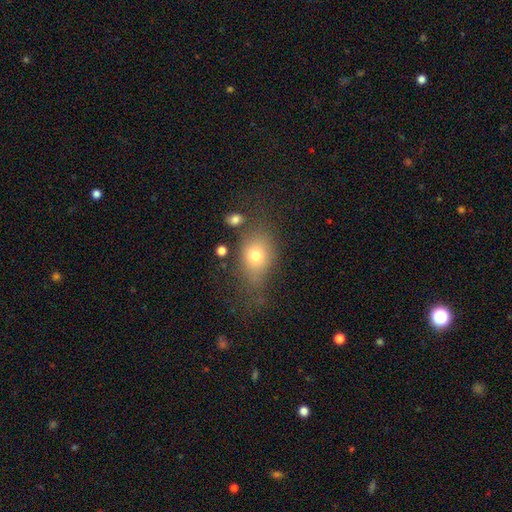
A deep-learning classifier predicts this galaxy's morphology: smooth 72%, featured or disk 15%, star or artifact 13%. Down the decision tree: how rounded — in between (64%); merging — none (53%).